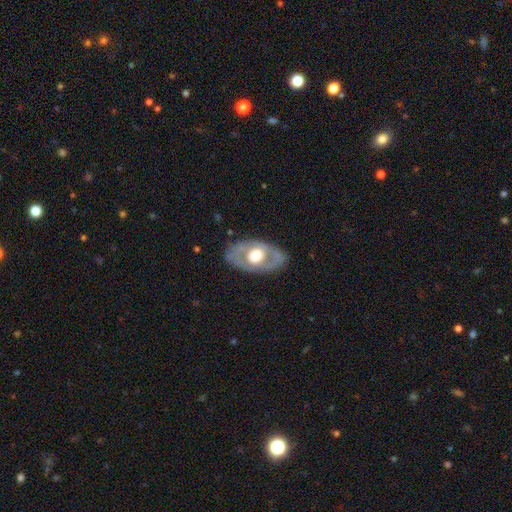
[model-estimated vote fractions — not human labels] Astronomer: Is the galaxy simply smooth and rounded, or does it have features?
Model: featured or disk — 62%.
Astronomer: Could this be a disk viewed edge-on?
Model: no — 88%.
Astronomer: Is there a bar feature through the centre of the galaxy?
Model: no — 85%.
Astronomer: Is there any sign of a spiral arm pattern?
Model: no — 79%.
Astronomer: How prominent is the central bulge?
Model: moderate — 47% (runner-up: large, 46%).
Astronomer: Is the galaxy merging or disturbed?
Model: none — 79%.